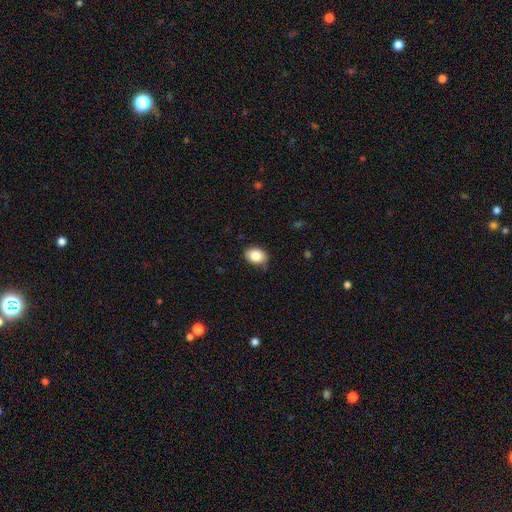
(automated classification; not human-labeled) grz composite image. It shows a smooth galaxy with no disk features (84%) that is in between round and cigar-shaped (72%). Merging: none (82%).